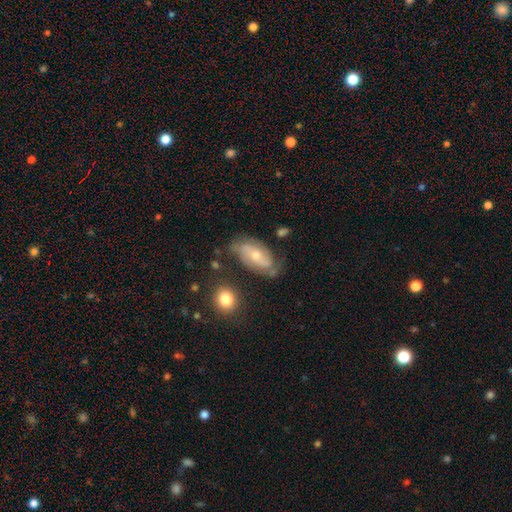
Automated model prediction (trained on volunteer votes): This is likely a featured or disk galaxy (65%). It is clearly not viewed edge-on (93%). Bar: possibly no (54%). Spiral arm pattern: clearly yes (87%). Spiral arm count: likely 2 (71%). Spiral winding: marginally medium (41%). Central bulge: possibly small (48%). Merging: possibly none (58%).